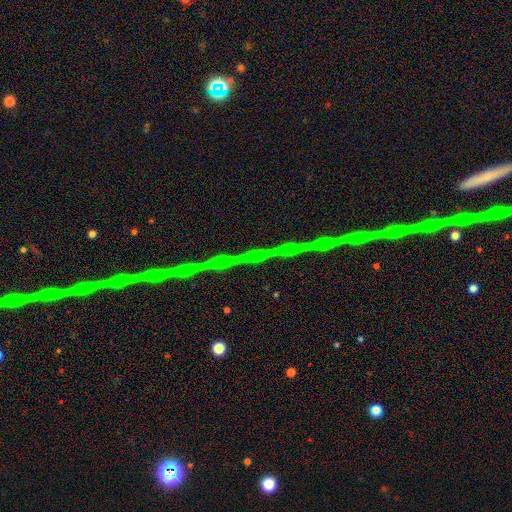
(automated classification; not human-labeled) Overall: star or artifact (76%).